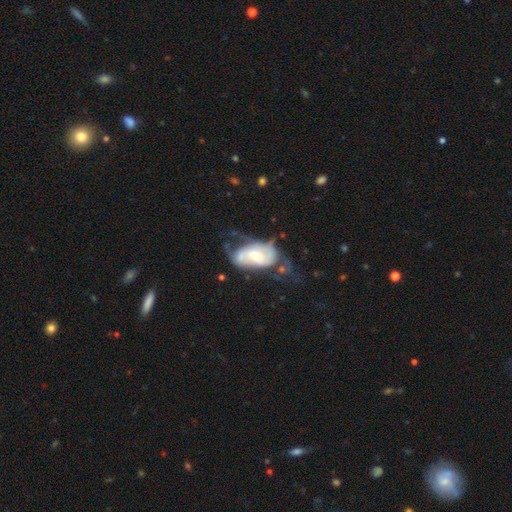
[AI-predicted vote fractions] The model was most divided on "merging": none: 33%, major disturbance: 29%, minor disturbance: 28%, merger: 10%. Remaining: edge-on disk — no (94%); spiral arms — yes (68%); smooth or featured — featured or disk (61%); bar — no (60%); bulge size — moderate (49%).